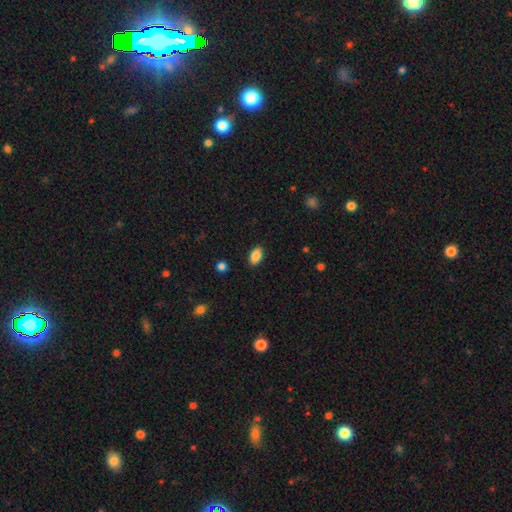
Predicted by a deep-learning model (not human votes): A smooth galaxy with no disk features (87%) that is in between round and cigar-shaped (92%). Merging: none (89%).